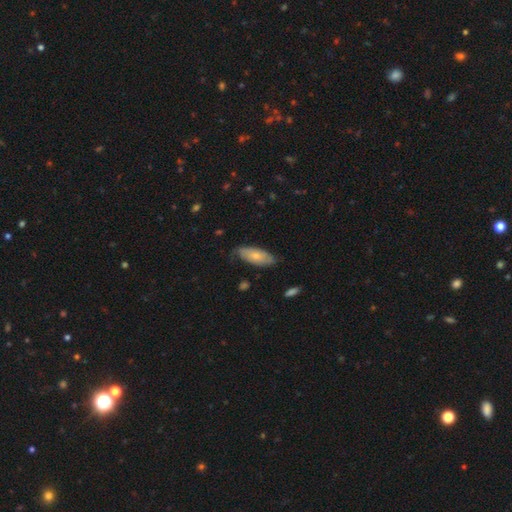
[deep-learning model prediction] A smooth galaxy with no disk features (60%) that is in between round and cigar-shaped (79%). Merging: none (66%).